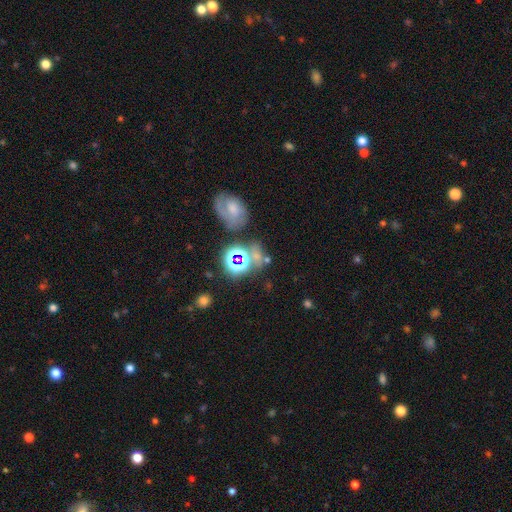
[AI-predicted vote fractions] A star or artifact, not a galaxy (43%, tied with smooth).